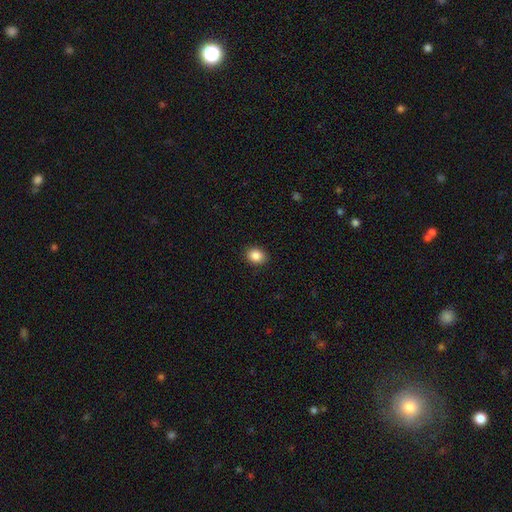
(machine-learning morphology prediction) Overall: smooth (88%). How rounded: in between (53%; round 46%). Merging: none (90%).